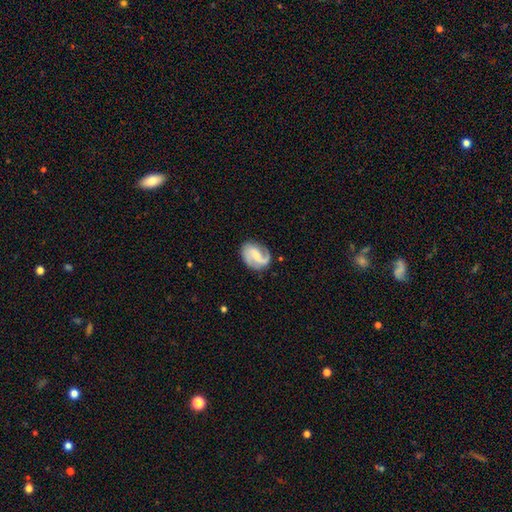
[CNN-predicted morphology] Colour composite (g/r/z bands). It shows a featured or disk galaxy (80%) with a weak bar (46%), 2 (76%) medium (47%) spiral arms (96%) and a small central bulge (48%). Merging: none (71%).